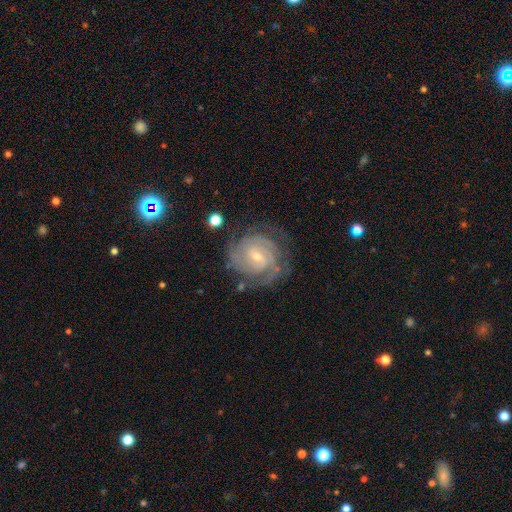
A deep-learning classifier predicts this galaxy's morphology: This appears to be a featured or disk galaxy (87%) with a weak bar (50%), 2 (34%) tight (74%) spiral arms (97%) and a small central bulge (69%). Merging: none (74%).